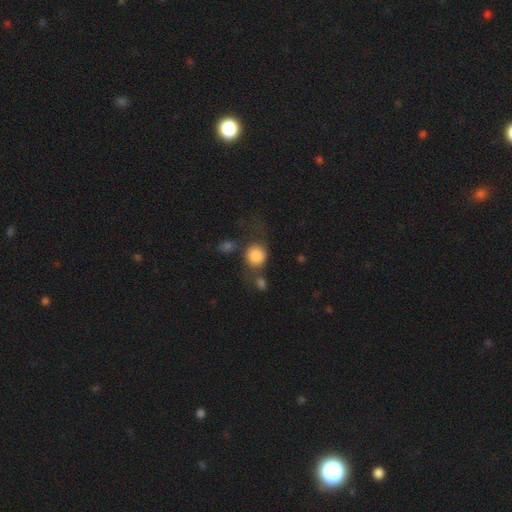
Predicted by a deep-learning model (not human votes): A smooth galaxy with no disk features (82%) that is round (82%). Merging: none (46%).